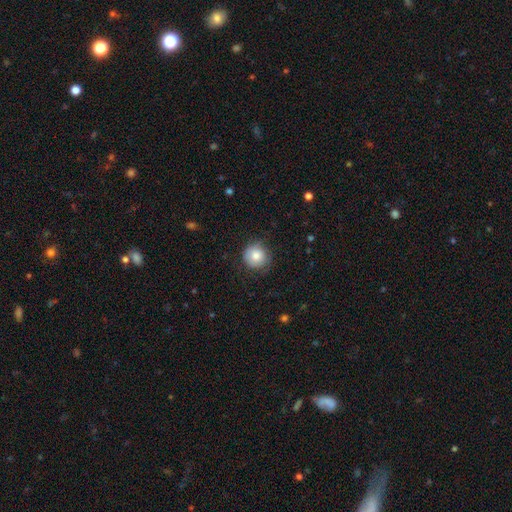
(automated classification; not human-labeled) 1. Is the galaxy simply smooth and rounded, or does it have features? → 80% smooth, 12% featured or disk, 8% star or artifact.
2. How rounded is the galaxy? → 92% round, 7% in between, 1% cigar-shaped.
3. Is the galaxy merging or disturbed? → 77% none, 17% minor disturbance, 5% major disturbance, 1% merger.